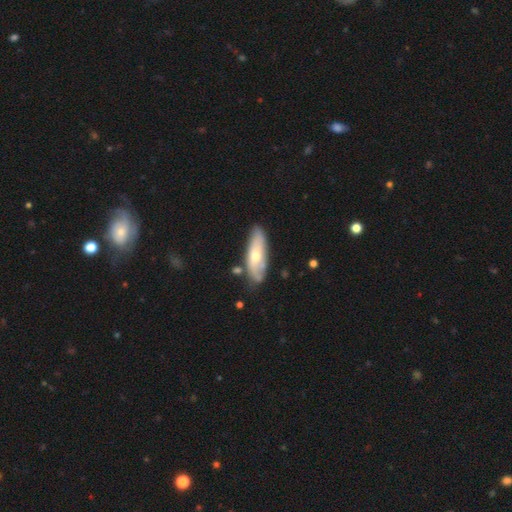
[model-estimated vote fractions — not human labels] This is possibly a smooth galaxy (50%). Merging: likely none (69%).